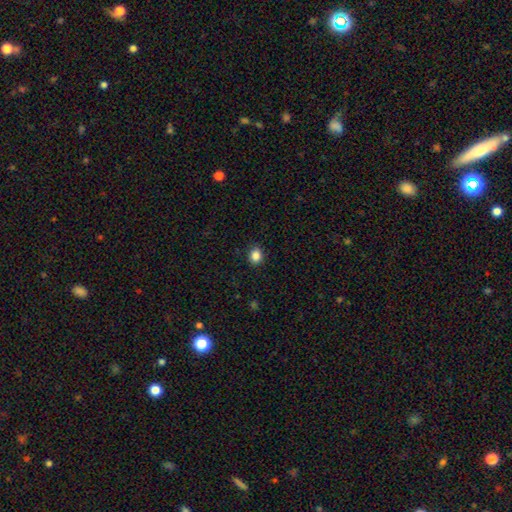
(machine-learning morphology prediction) Smooth or featured?
  - smooth: 86% *
  - star or artifact: 10%
  - featured or disk: 4%
How rounded?
  - round: 63% *
  - in between: 36%
  - cigar-shaped: 1%
Merging?
  - none: 88% *
  - minor disturbance: 8%
  - major disturbance: 2%
  - merger: 1%